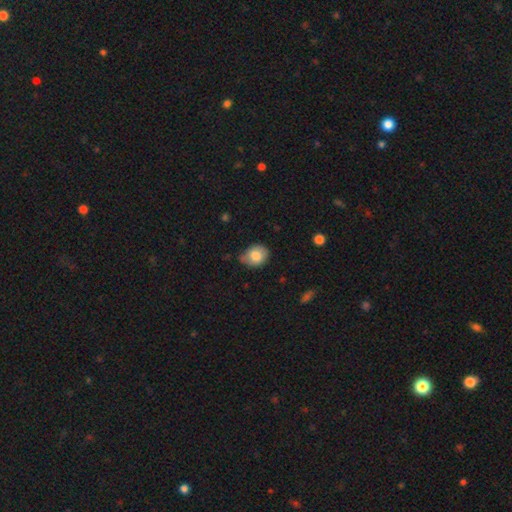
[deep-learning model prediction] Morphology: type=smooth (78%); roundness=round (50%); merging=none (56%).